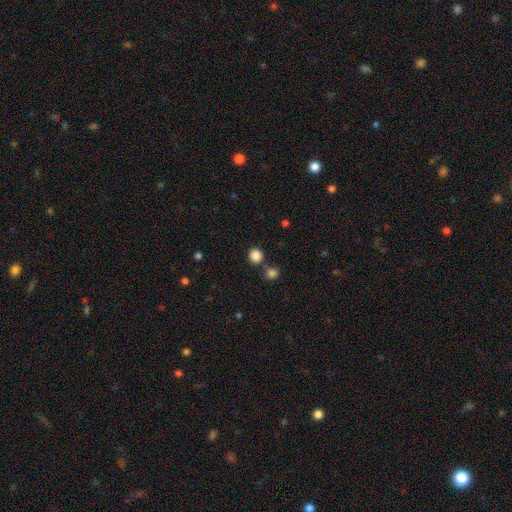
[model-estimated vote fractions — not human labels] smooth_or_featured: smooth (p=0.86) [alt: star or artifact p=0.11]
how_rounded: round (p=0.89) [alt: in between p=0.10]
merging: none (p=0.74) [alt: merger p=0.15]